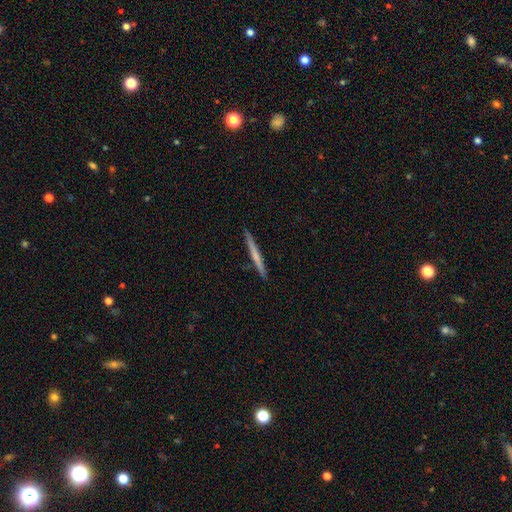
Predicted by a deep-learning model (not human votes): Q: Smooth or featured?
A: smooth (50%); runner-up: featured or disk (45%)
Q: Merging?
A: none (92%); runner-up: minor disturbance (6%)